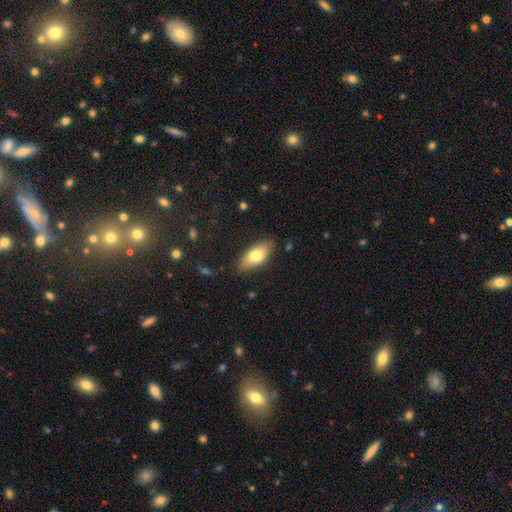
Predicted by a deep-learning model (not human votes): Overall: smooth (78%). How rounded: in between (88%). Merging: none (82%).